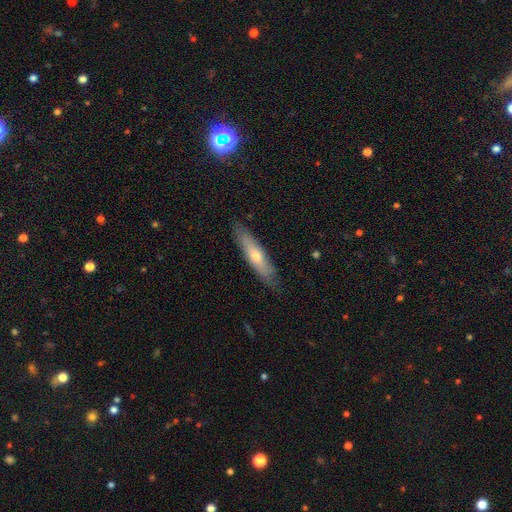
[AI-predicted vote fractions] Smooth or featured? Predicted: smooth (p=0.50). How rounded? Predicted: cigar-shaped (p=0.79). Merging? Predicted: none (p=0.82).